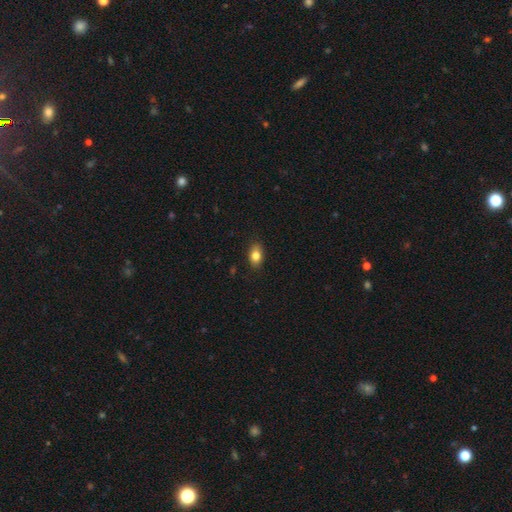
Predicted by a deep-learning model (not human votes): smooth_or_featured: smooth (p=0.81) [alt: featured or disk p=0.10]
how_rounded: in between (p=0.82) [alt: round p=0.15]
merging: none (p=0.86) [alt: minor disturbance p=0.11]